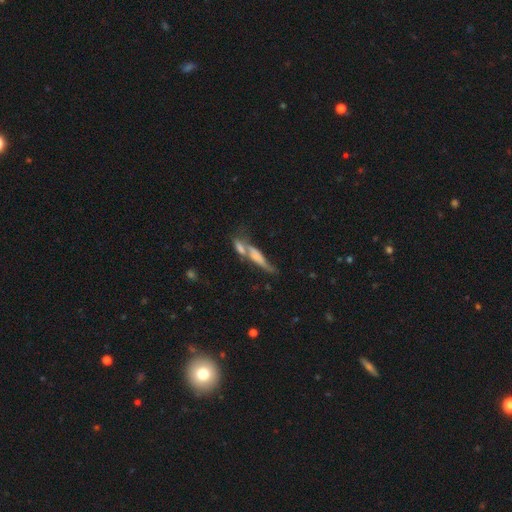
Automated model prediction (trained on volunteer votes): smooth 50%, featured or disk 41%, star or artifact 9%. Down the decision tree: how rounded — cigar-shaped (78%); merging — merger (45%).